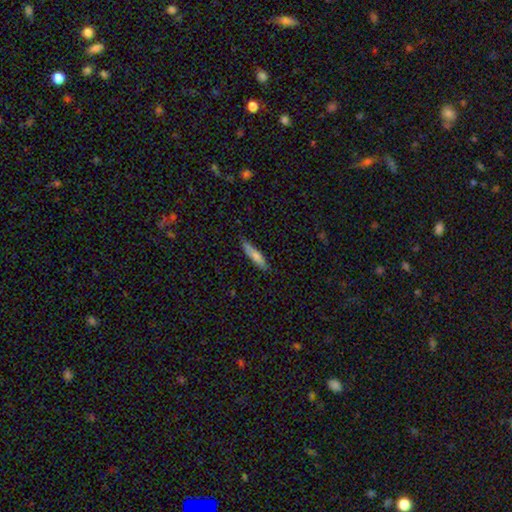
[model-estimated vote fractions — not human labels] A smooth galaxy with no disk features (71%) that is cigar-shaped (85%). Merging: none (83%).